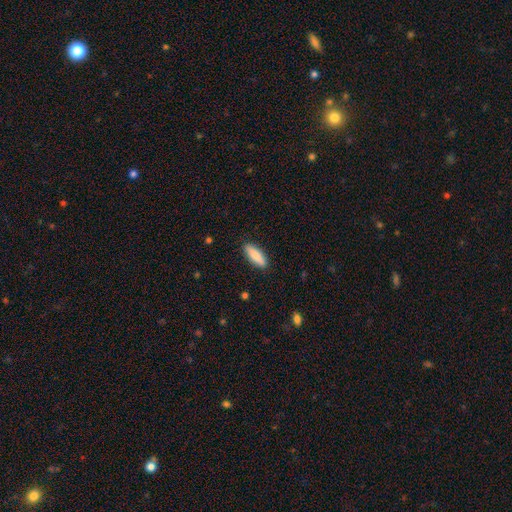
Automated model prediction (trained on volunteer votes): A smooth galaxy with no disk features (85%) that is in between round and cigar-shaped (51%). Merging: none (89%).